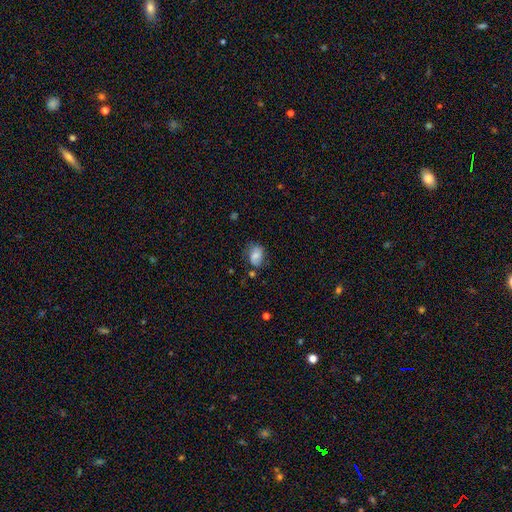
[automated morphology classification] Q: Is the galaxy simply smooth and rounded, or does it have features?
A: smooth — 70%.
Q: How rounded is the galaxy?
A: in between — 71%.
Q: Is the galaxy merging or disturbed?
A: none — 62%.